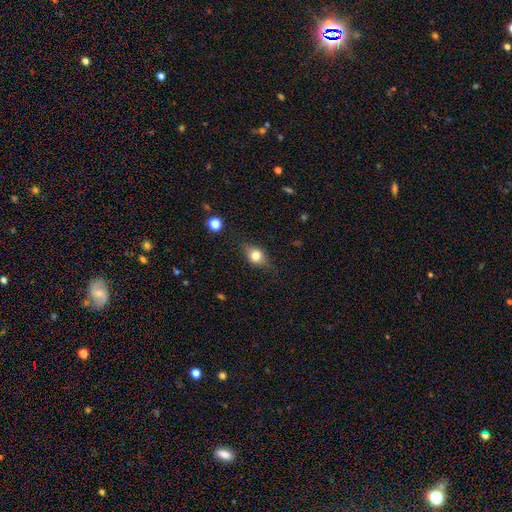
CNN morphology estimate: smooth-or-featured: smooth: 64% | featured or disk: 25% | star or artifact: 10%
  how-rounded: in between: 59% | round: 35% | cigar-shaped: 6%
  merging: none: 76% | minor disturbance: 17% | major disturbance: 5% | merger: 1%